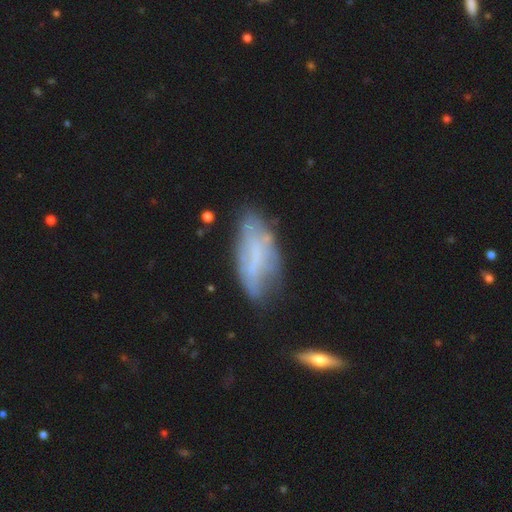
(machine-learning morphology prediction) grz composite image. It shows a featured or disk galaxy (47%). Merging: none (52%).